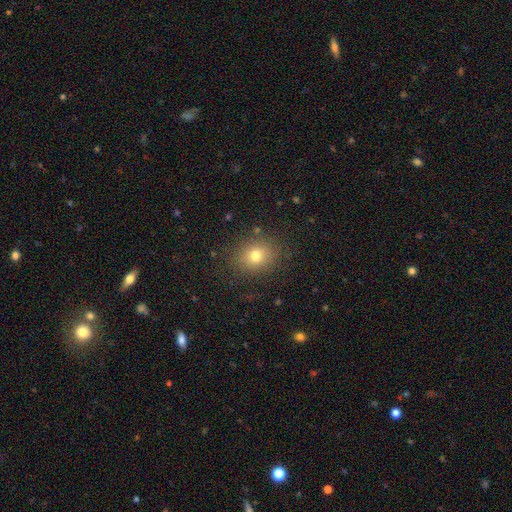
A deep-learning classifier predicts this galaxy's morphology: The model was most divided on "how rounded": round: 63%, in between: 36%, cigar-shaped: 1%. More confident: merging — none (85%); smooth or featured — smooth (75%).